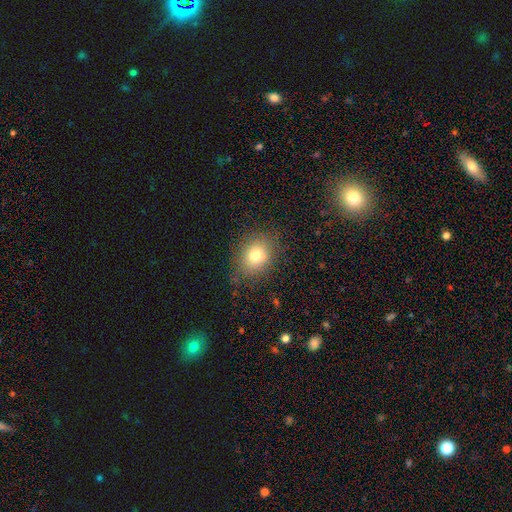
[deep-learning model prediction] This appears to be a smooth galaxy with no disk features (76%) that is round (54%). Merging: none (82%).